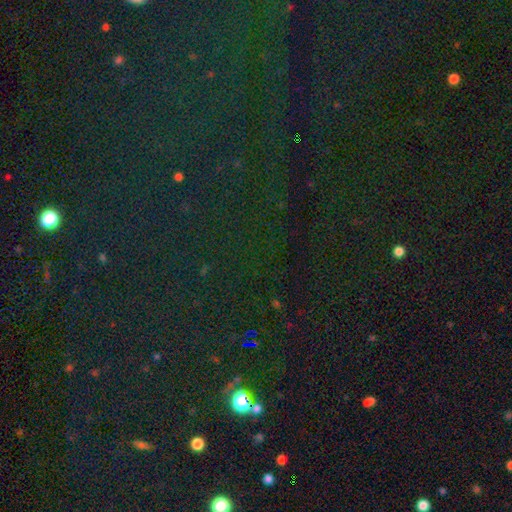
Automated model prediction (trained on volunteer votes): The model was most divided on "smooth or featured": star or artifact: 81%, smooth: 11%, featured or disk: 7%.